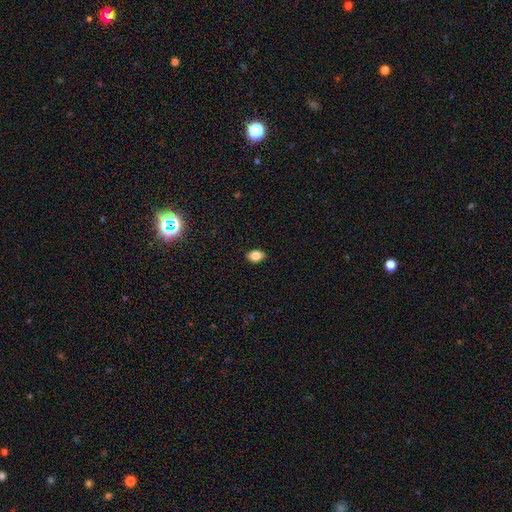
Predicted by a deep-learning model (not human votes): Smooth or featured? Predicted: smooth (p=0.84). How rounded? Predicted: in between (p=0.83). Merging? Predicted: none (p=0.87).